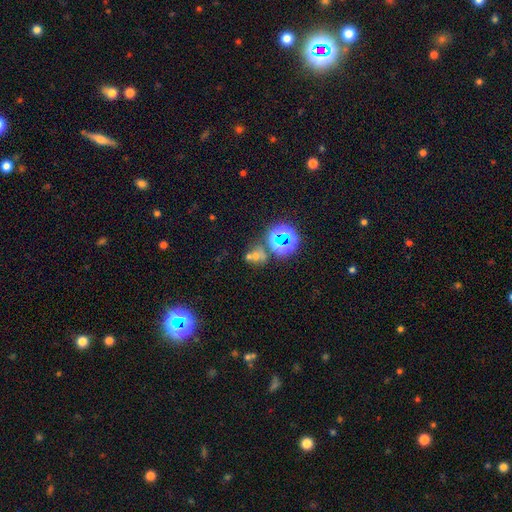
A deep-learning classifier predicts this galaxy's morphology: Smooth or featured: smooth — 46% (star or artifact — 40%)
Merging: none — 48% (merger — 34%)